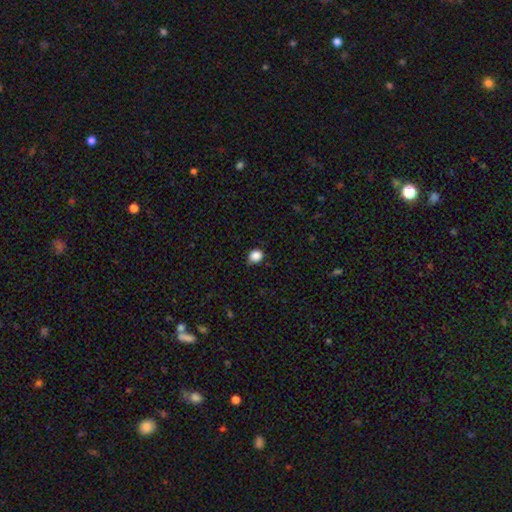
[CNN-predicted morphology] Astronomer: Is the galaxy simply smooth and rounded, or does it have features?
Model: smooth — 86%.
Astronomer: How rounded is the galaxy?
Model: round — 75%.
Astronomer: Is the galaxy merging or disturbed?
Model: none — 75%.